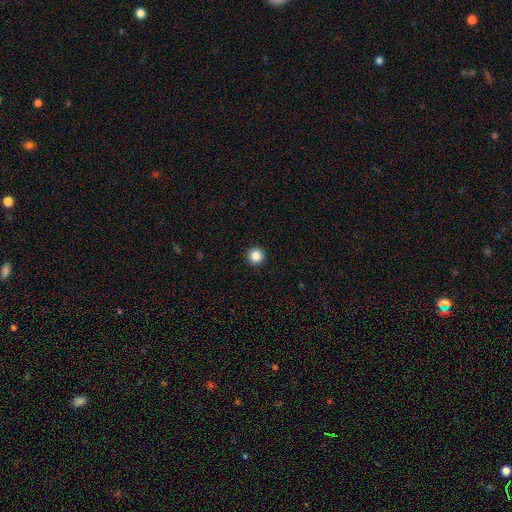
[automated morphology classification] smooth_or_featured: smooth (p=0.86) [alt: star or artifact p=0.10]
how_rounded: round (p=0.97) [alt: in between p=0.02]
merging: none (p=0.94) [alt: minor disturbance p=0.04]